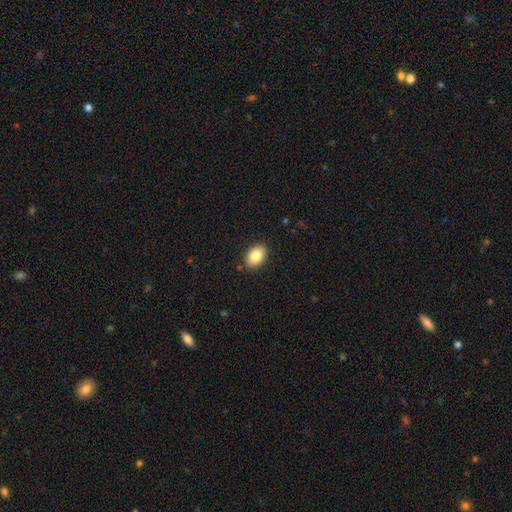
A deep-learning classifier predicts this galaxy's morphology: type=smooth (84%); roundness=in between (82%); merging=none (89%).